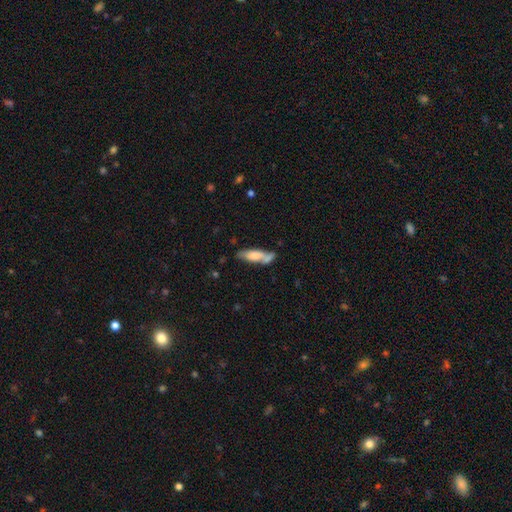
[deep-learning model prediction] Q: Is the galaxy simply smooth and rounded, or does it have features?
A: smooth — 64%.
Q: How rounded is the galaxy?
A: cigar-shaped — 49%, tied with in between.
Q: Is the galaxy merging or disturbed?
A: none — 48%.